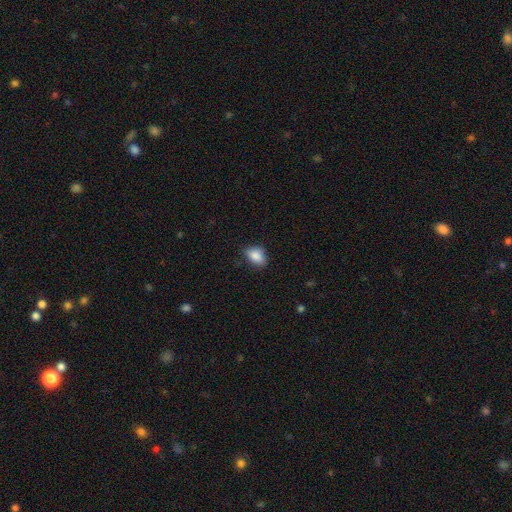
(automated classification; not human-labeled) Morphology: type=smooth (87%); roundness=in between (79%); merging=none (78%).